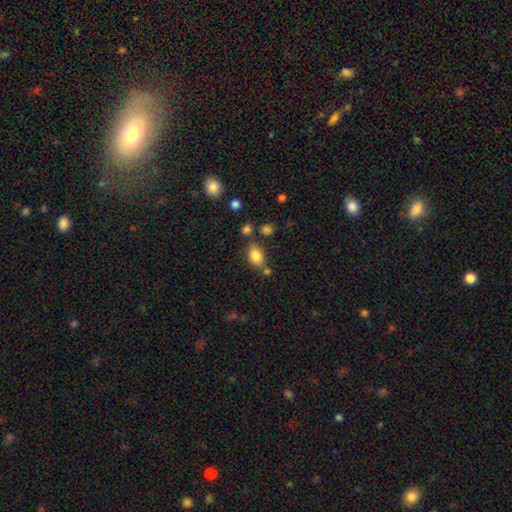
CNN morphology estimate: type=smooth (83%); roundness=in between (80%); merging=none (68%).